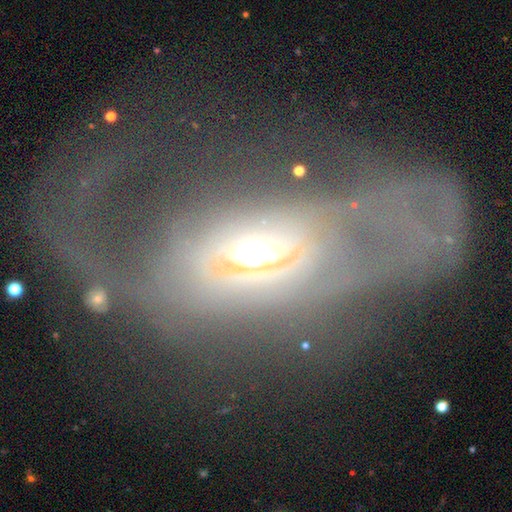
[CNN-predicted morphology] This is likely a featured or disk galaxy (76%). It is clearly not viewed edge-on (85%). Bar: likely no (68%). Spiral arm pattern: possibly yes (50%, tied with no). Central bulge: likely moderate (61%). Merging: possibly major disturbance (52%).